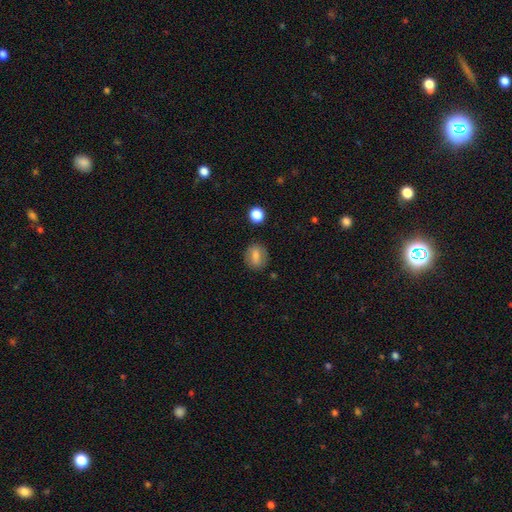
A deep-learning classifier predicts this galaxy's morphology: Smooth or featured? smooth (74%)
How rounded? round (50%)
Merging? none (82%)